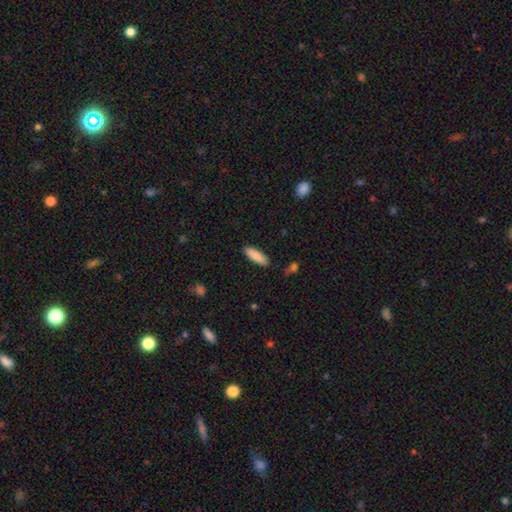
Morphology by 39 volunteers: Q: Smooth or featured?
A: smooth (95%); runner-up: star or artifact (5%)
Q: How rounded?
A: in between (54%); runner-up: cigar-shaped (46%)
Q: Merging?
A: none (92%); runner-up: minor disturbance (8%)